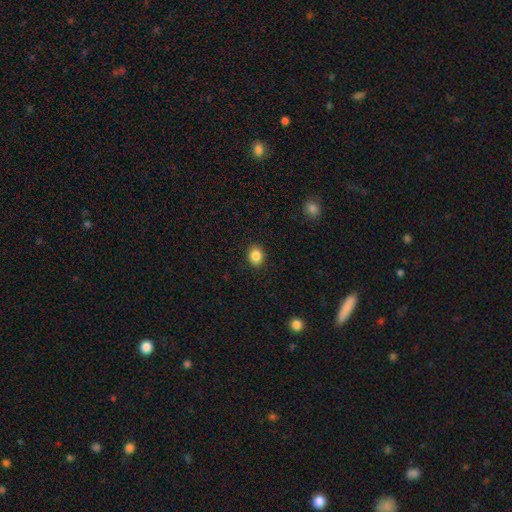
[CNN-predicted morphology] type=smooth (85%); roundness=round (62%); merging=none (91%).